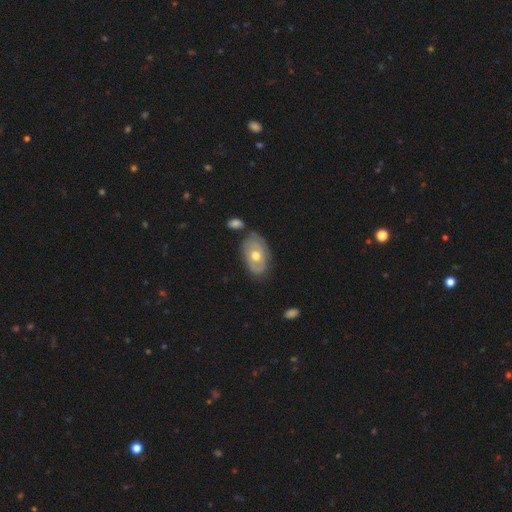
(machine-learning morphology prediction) A featured or disk galaxy (57%) with no bar (85%), no spiral arms (55%) and a moderate central bulge (79%). Merging: none (63%).